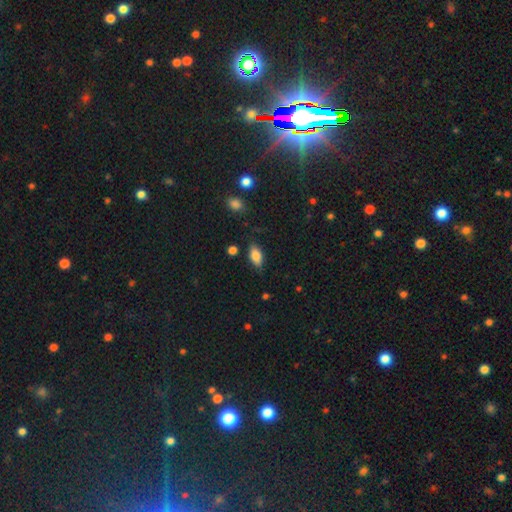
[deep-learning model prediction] A smooth galaxy with no disk features (80%) that is in between round and cigar-shaped (89%). Merging: none (78%).